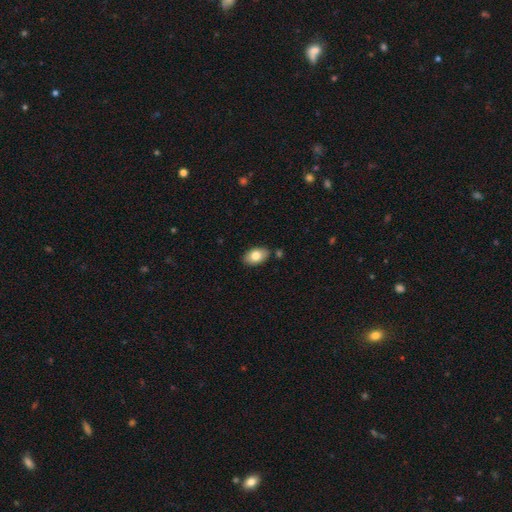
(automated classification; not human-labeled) This is likely a smooth galaxy (79%). How rounded: clearly in between (91%). Merging: clearly none (83%).